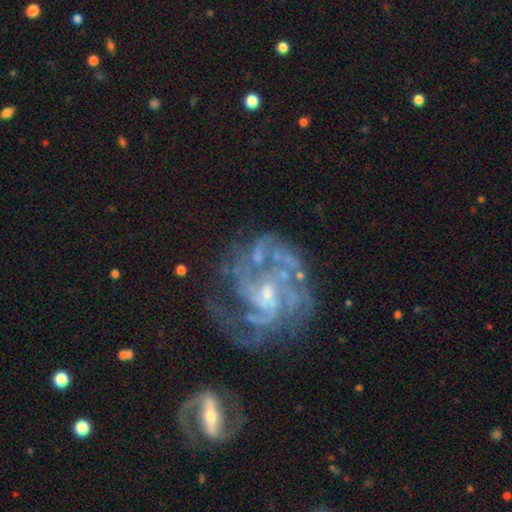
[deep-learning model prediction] Smooth or featured?
  - featured or disk: 88% *
  - star or artifact: 7%
  - smooth: 5%
Edge-on disk?
  - no: 98% *
  - yes: 2%
Bar?
  - no: 51% *
  - weak: 40%
  - strong: 8%
Spiral arms?
  - yes: 95% *
  - no: 5%
Spiral winding?
  - medium: 44% *
  - tight: 43%
  - loose: 13%
Spiral arm count?
  - 3: 27% *
  - can't tell: 23%
  - 4: 20%
  - 2: 14%
  - more than 4: 8%
  - 1: 7%
Bulge size?
  - small: 61% *
  - moderate: 26%
  - none: 11%
  - large: 2%
  - dominant: 1%
Merging?
  - none: 54% *
  - major disturbance: 22%
  - minor disturbance: 19%
  - merger: 5%